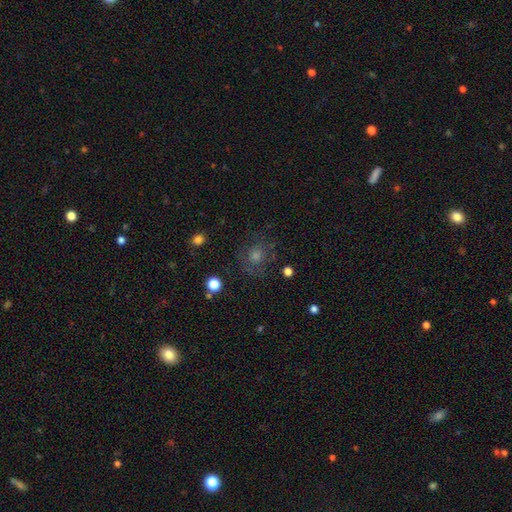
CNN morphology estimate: This is marginally a smooth galaxy (38%). Merging: likely none (74%).